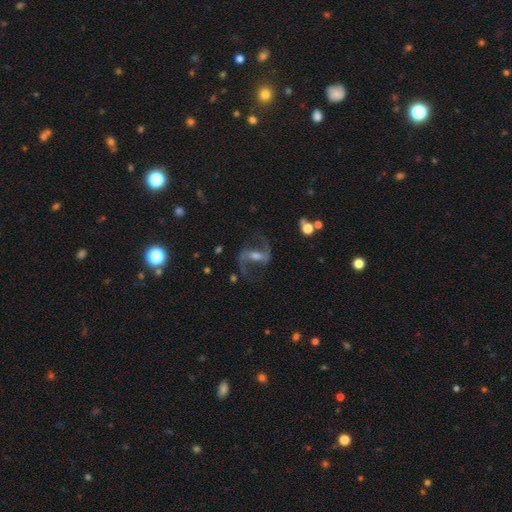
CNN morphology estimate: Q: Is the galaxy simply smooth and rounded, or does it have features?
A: featured or disk — 87%.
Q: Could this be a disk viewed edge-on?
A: no — 96%.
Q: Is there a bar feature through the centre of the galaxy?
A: strong — 48%.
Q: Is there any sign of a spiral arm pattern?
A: yes — 97%.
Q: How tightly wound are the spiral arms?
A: loose — 51%.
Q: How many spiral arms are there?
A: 2 — 93%.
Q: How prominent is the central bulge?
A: moderate — 50%.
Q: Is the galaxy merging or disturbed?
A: none — 78%.